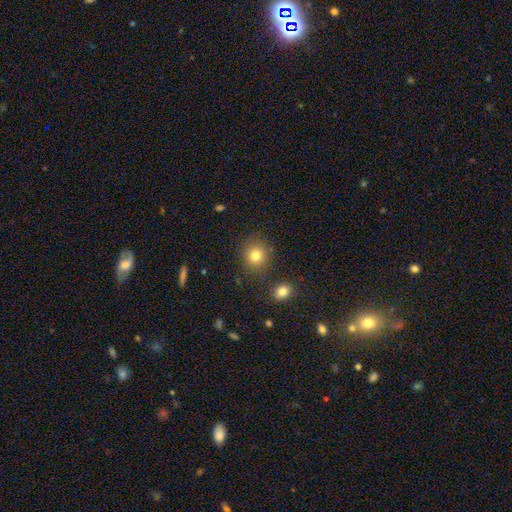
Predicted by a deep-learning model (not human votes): Morphology: type=smooth (80%); roundness=round (83%); merging=none (84%).